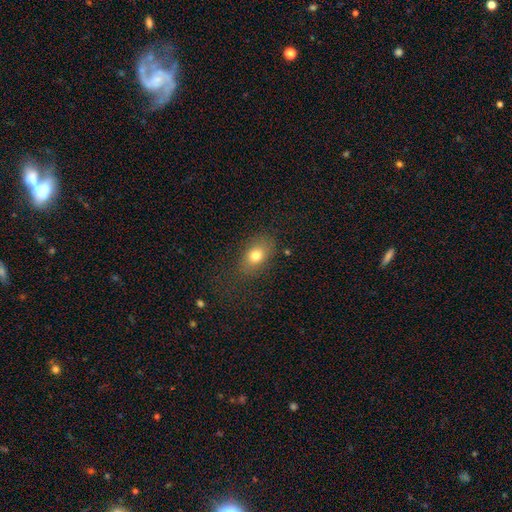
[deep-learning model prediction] Overall: smooth (78%). How rounded: in between (76%). Merging: none (76%).